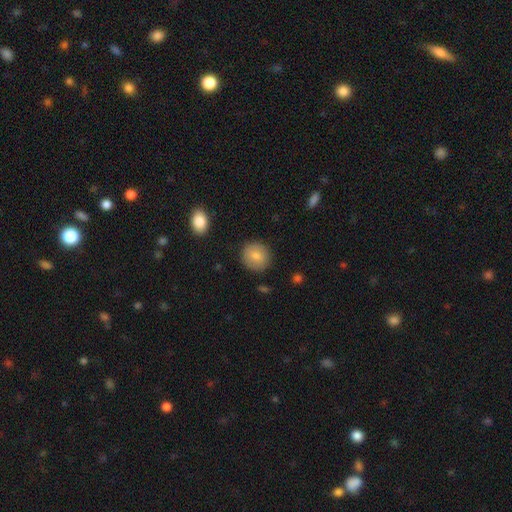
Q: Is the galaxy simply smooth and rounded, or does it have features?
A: smooth — 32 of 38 (84%).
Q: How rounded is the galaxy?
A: round — 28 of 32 (88%).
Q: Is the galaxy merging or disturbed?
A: none — 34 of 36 (94%).